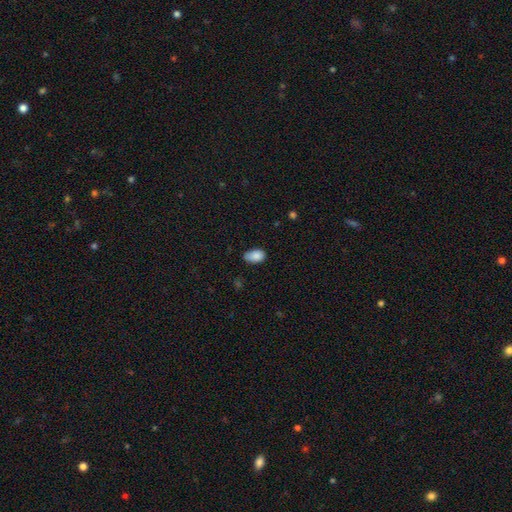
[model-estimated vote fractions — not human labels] Smooth or featured: smooth — 87% (star or artifact — 8%)
How rounded: in between — 91% (round — 8%)
Merging: none — 61% (minor disturbance — 32%)